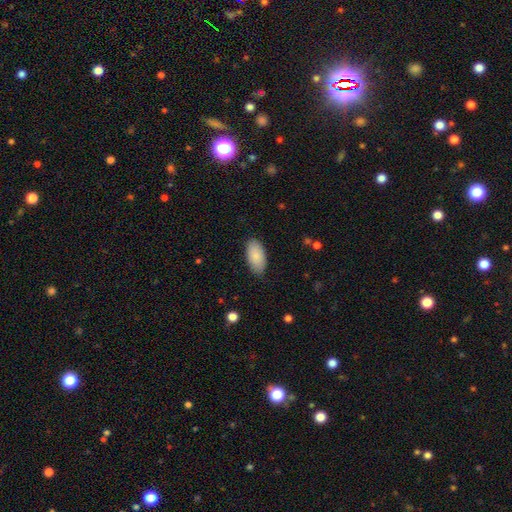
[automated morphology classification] A smooth galaxy with no disk features (87%) that is in between round and cigar-shaped (95%).

Vote fractions:
- Smooth or featured? smooth: 87% / featured or disk: 7% / star or artifact: 6%
- How rounded? in between: 95% / cigar-shaped: 3% / round: 2%
- Merging? none: 83% / minor disturbance: 14% / major disturbance: 3% / merger: 1%